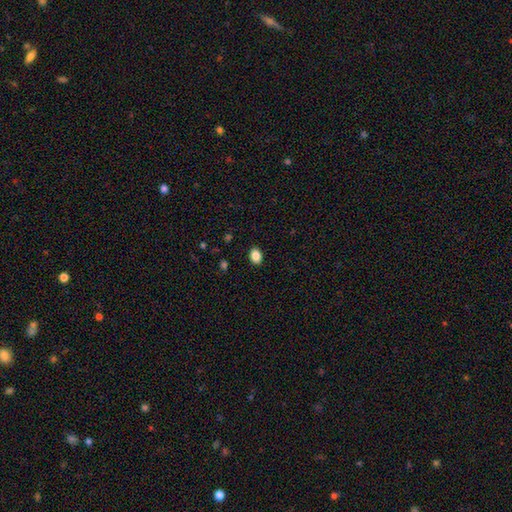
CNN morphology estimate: This is clearly a smooth galaxy (88%). How rounded: likely in between (71%). Merging: clearly none (90%).